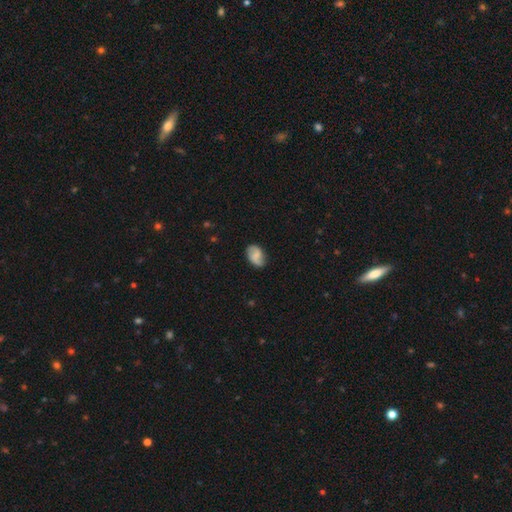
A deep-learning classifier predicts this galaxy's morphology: Q: Smooth or featured?
A: smooth (47%); runner-up: featured or disk (45%)
Q: Merging?
A: none (76%); runner-up: minor disturbance (18%)